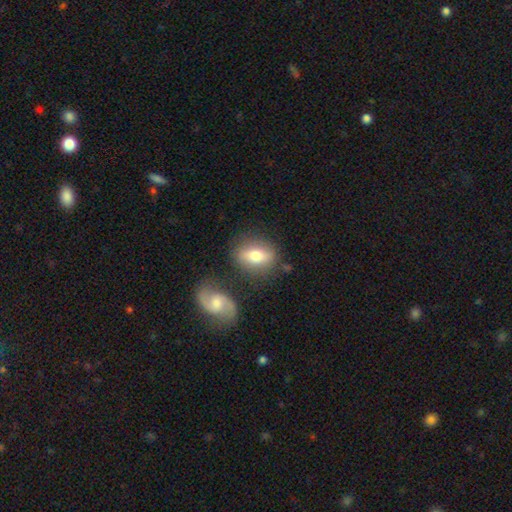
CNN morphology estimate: smooth 66%, featured or disk 28%, star or artifact 7%. Down the decision tree: how rounded — in between (71%); merging — none (73%).